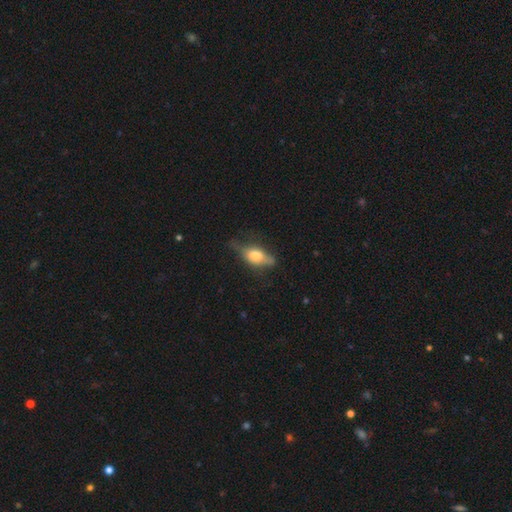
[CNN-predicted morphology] A smooth galaxy with no disk features (57%) that is in between round and cigar-shaped (79%). Merging: none (48%).